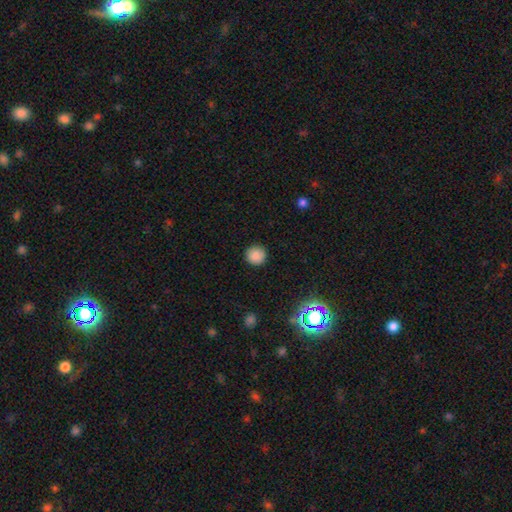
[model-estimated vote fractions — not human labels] Q: Smooth or featured?
A: smooth (86%); runner-up: star or artifact (11%)
Q: How rounded?
A: round (95%); runner-up: in between (4%)
Q: Merging?
A: none (92%); runner-up: minor disturbance (6%)